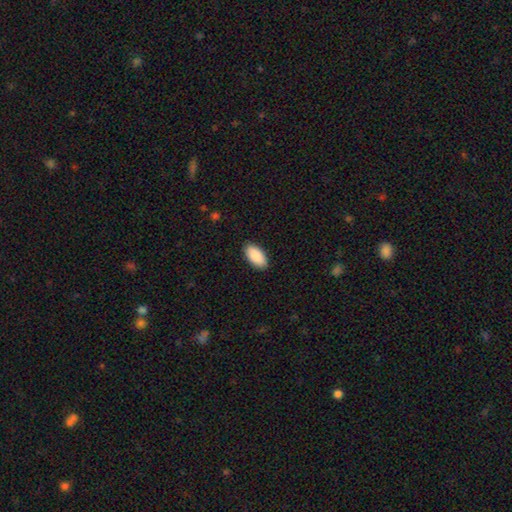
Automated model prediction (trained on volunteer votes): A smooth galaxy with no disk features (90%) that is in between round and cigar-shaped (95%). Merging: none (89%).